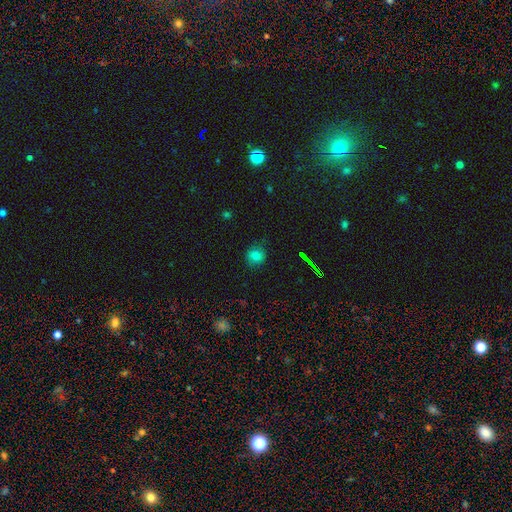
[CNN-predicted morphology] Smooth or featured? smooth (76%)
How rounded? round (87%)
Merging? none (84%)